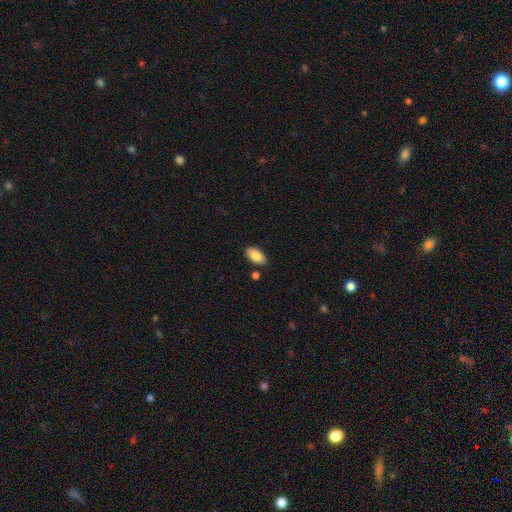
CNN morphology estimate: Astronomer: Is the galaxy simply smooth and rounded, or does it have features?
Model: smooth — 87%.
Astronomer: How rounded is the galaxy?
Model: in between — 95%.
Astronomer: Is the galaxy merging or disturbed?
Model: none — 83%.